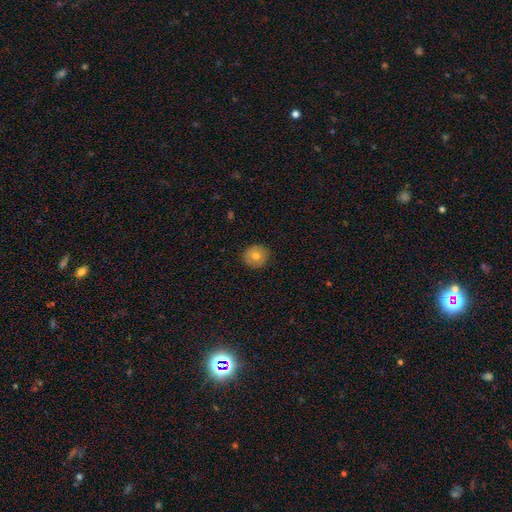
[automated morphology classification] Smooth or featured? Predicted: smooth (p=0.71). How rounded? Predicted: round (p=0.92). Merging? Predicted: none (p=0.90).